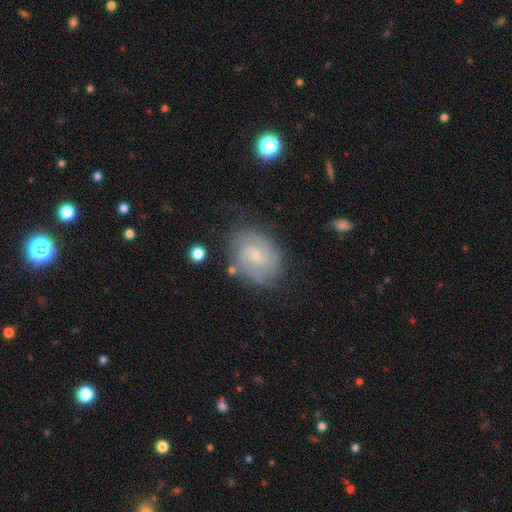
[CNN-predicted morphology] featured or disk 76%, smooth 17%, star or artifact 7%. Down the decision tree: edge-on disk — no (97%); bar — weak (51%); spiral arms — yes (93%); spiral arm count — 2 (60%); spiral winding — tight (46%); bulge size — small (67%); merging — none (75%).